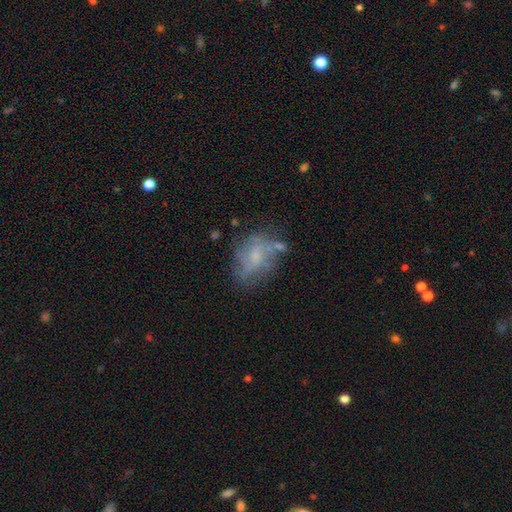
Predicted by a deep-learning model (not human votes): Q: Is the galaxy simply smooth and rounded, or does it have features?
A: featured or disk — 51%.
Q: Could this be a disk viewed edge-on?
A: no — 96%.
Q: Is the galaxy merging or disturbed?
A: none — 49%.